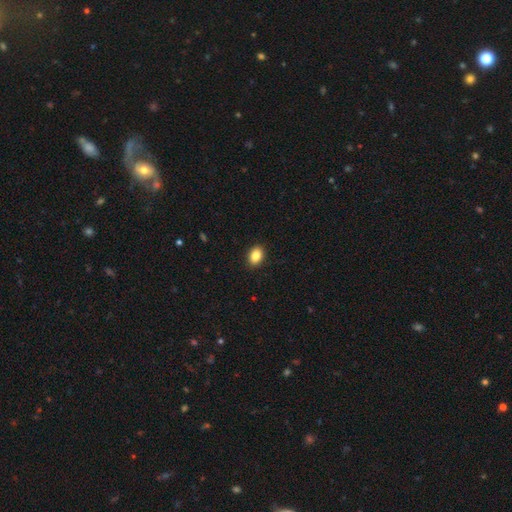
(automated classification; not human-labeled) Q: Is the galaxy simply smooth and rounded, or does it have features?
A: smooth — 87%.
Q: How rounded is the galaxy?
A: in between — 77%.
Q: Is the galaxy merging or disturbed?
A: none — 90%.